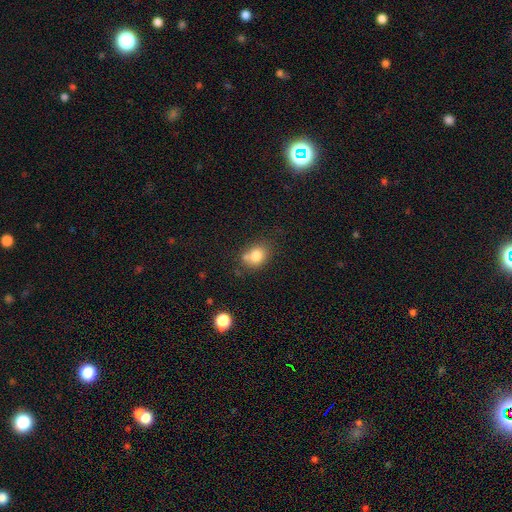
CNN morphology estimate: A smooth galaxy with no disk features (79%) that is in between round and cigar-shaped (50%).

Vote fractions:
- Smooth or featured? smooth: 79% / star or artifact: 10% / featured or disk: 10%
- How rounded? in between: 50% / round: 49% / cigar-shaped: 1%
- Merging? none: 55% / minor disturbance: 20% / merger: 19% / major disturbance: 6%